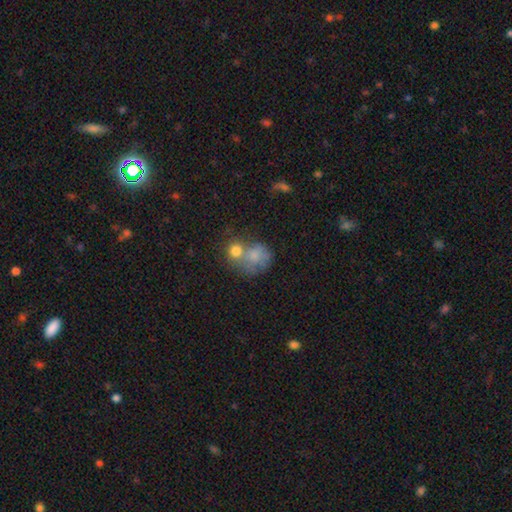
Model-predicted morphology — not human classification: A smooth galaxy with no disk features (69%) that is round (69%). Merging: merger (50%).